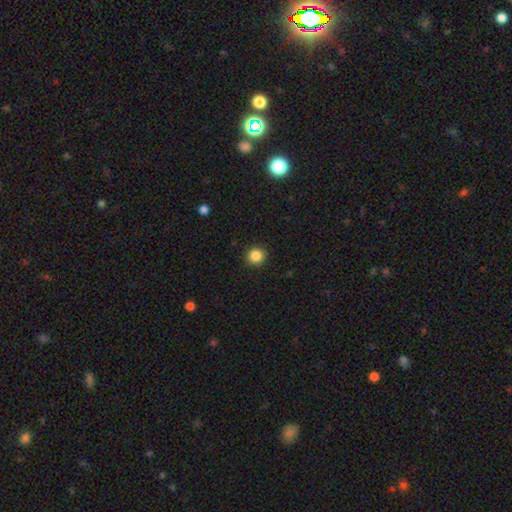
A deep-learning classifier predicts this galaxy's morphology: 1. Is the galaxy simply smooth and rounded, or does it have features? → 86% smooth, 11% star or artifact, 4% featured or disk.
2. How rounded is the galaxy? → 93% round, 6% in between, 1% cigar-shaped.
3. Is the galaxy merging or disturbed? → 92% none, 5% minor disturbance, 2% major disturbance, 1% merger.